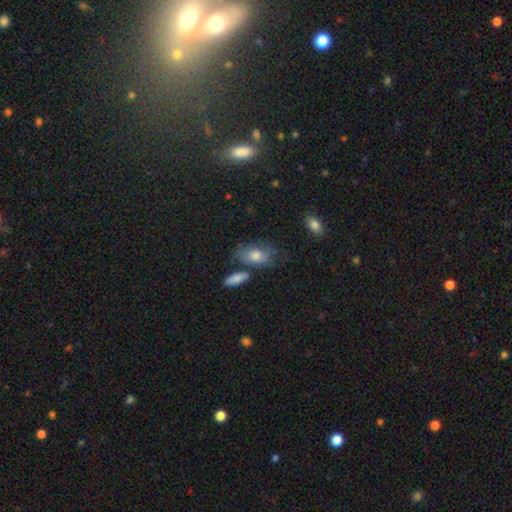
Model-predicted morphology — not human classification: Q: Smooth or featured?
A: smooth (68%); runner-up: featured or disk (24%)
Q: How rounded?
A: in between (88%); runner-up: round (9%)
Q: Merging?
A: none (53%); runner-up: minor disturbance (25%)